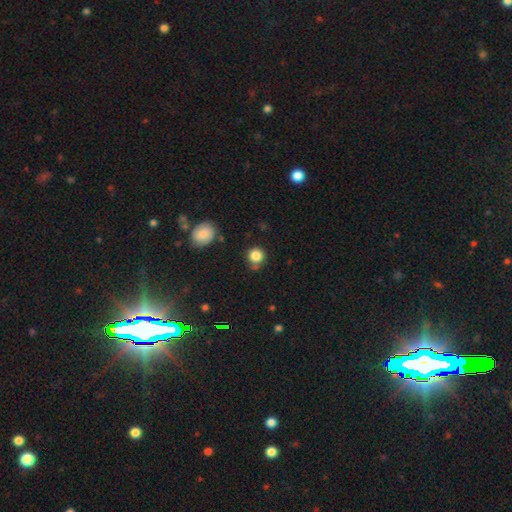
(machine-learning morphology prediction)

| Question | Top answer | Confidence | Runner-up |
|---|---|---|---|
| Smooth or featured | smooth | 85% | star or artifact (10%) |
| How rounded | round | 91% | in between (8%) |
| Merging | none | 75% | minor disturbance (15%) |